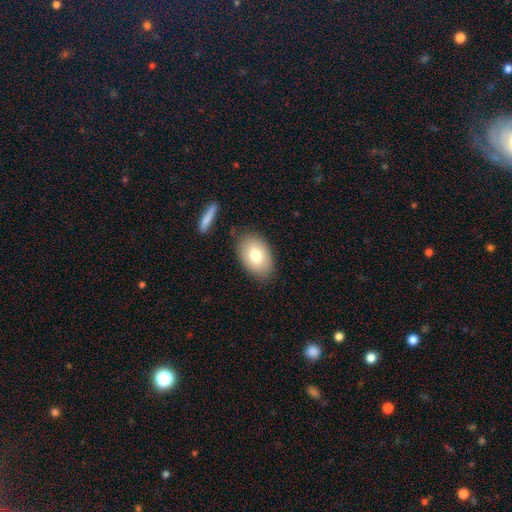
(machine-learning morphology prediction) smooth 76%, featured or disk 17%, star or artifact 7%. Down the decision tree: how rounded — in between (88%); merging — none (82%).